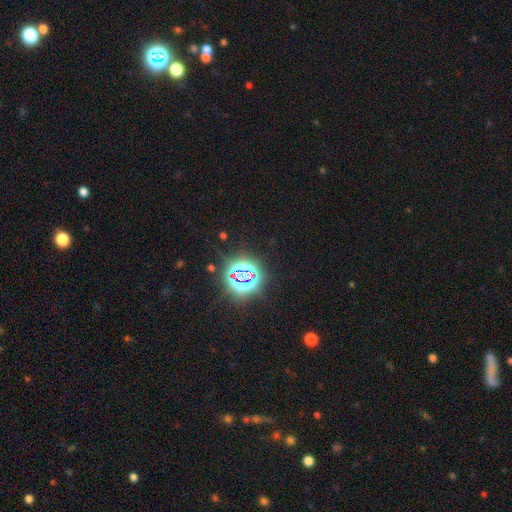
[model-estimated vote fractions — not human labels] Overall: star or artifact (81%).